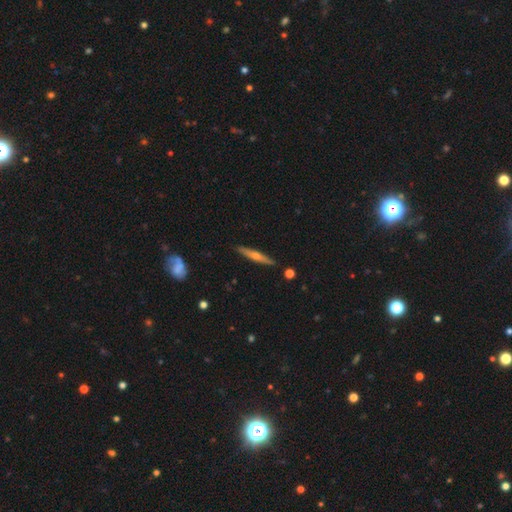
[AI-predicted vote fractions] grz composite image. It shows a featured or disk galaxy (67%) viewed edge-on (97%) with a rounded central bulge (88%). Merging: none (90%).